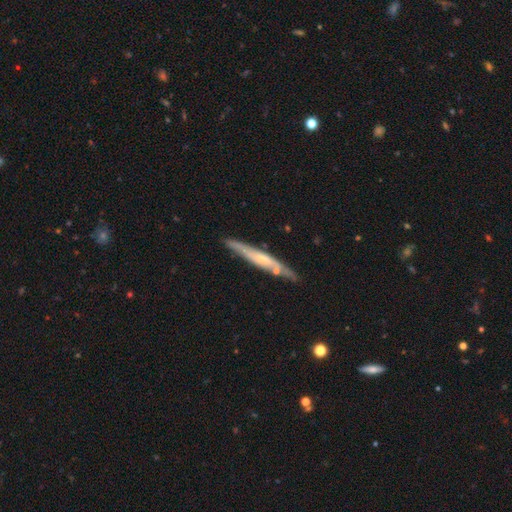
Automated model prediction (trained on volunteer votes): Morphology: type=featured or disk (67%); edge-on=yes (93%); edge-on bulge=rounded (46%); merging=none (82%).